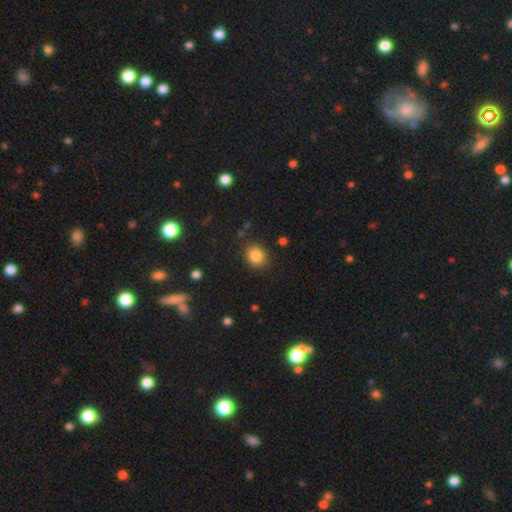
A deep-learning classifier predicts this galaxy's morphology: The model was most divided on "how rounded": round: 72%, in between: 27%, cigar-shaped: 1%. More confident: merging — none (86%); smooth or featured — smooth (84%).